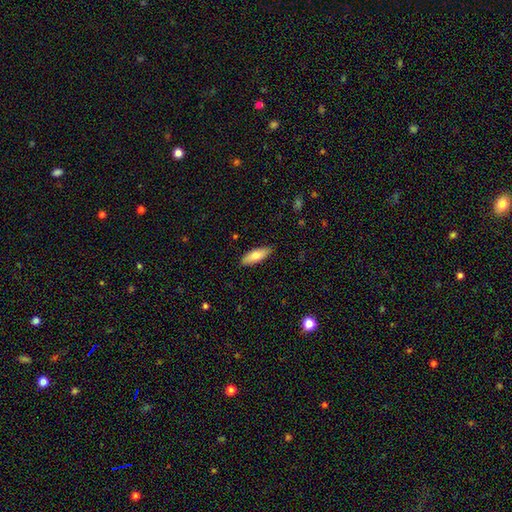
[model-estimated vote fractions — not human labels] This appears to be a smooth galaxy with no disk features (75%) that is in between round and cigar-shaped (65%). Merging: none (88%).